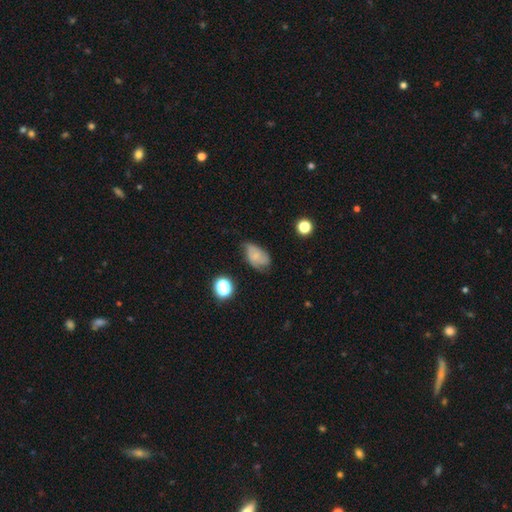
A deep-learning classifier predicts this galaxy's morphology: A smooth galaxy with no disk features (52%) that is in between round and cigar-shaped (86%). Merging: none (46%).